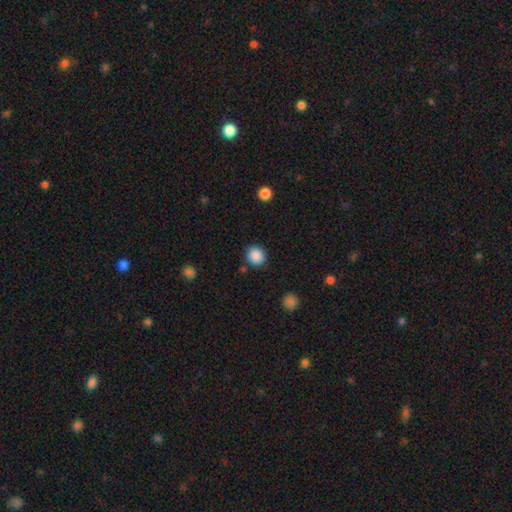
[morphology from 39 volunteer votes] Smooth or featured: smooth — 90% (star or artifact — 10%)
How rounded: round — 91% (in between — 9%)
Merging: none — 89% (minor disturbance — 6%)